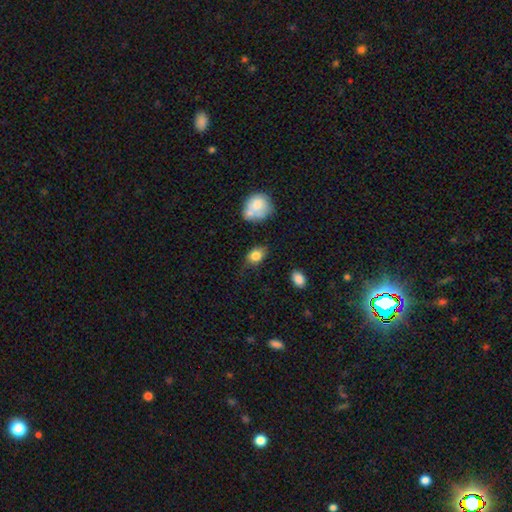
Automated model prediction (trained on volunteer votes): A smooth galaxy with no disk features (81%) that is in between round and cigar-shaped (71%). Merging: none (61%).